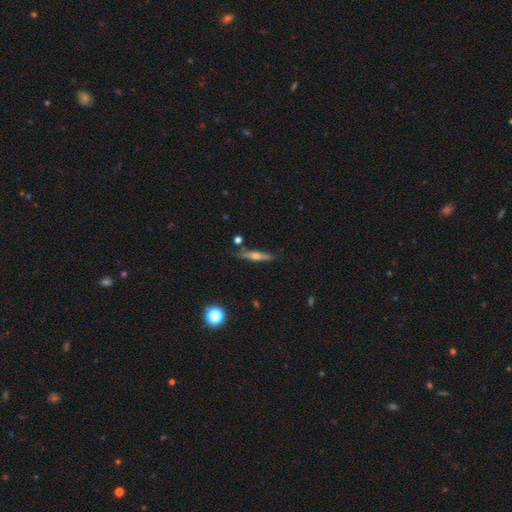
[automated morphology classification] This is possibly a featured or disk galaxy (57%). It is clearly viewed edge-on (94%). Edge-on bulge: clearly rounded (83%). Merging: clearly none (81%).